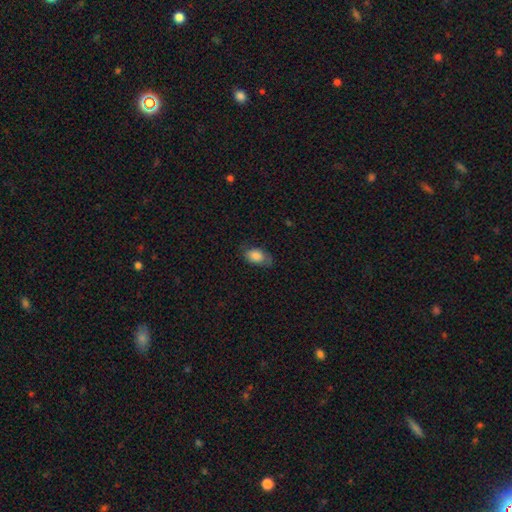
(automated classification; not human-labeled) A smooth galaxy with no disk features (80%) that is in between round and cigar-shaped (87%).

Vote fractions:
- Smooth or featured? smooth: 80% / featured or disk: 11% / star or artifact: 8%
- How rounded? in between: 87% / round: 11% / cigar-shaped: 2%
- Merging? none: 60% / minor disturbance: 28% / major disturbance: 10% / merger: 1%